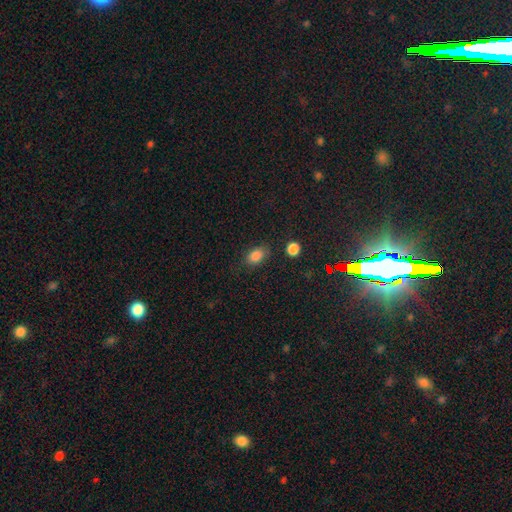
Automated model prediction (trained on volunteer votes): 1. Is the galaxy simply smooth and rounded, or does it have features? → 84% smooth, 11% star or artifact, 5% featured or disk.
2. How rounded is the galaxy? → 79% in between, 19% round, 2% cigar-shaped.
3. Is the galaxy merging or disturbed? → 78% none, 15% minor disturbance, 4% major disturbance, 3% merger.